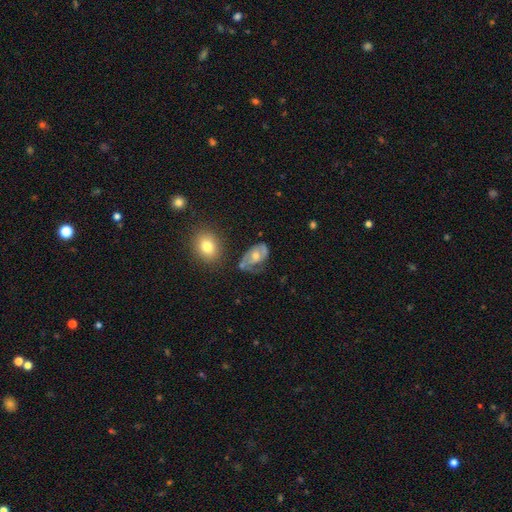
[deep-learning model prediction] Smooth or featured? featured or disk (63%)
Edge-on disk? no (95%)
Bar? no (72%)
Spiral arms? yes (67%)
Bulge size? moderate (62%)
Merging? none (54%)